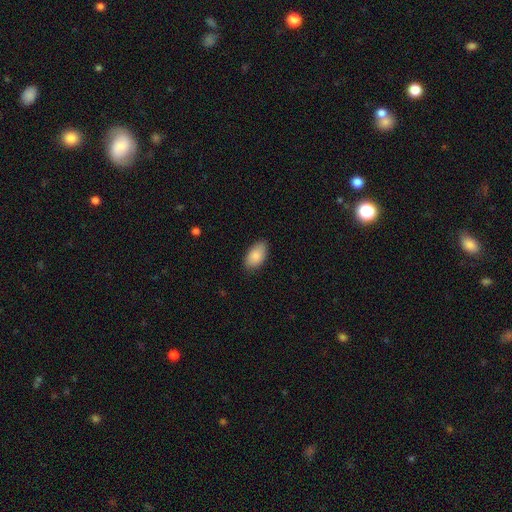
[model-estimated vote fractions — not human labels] Q: Smooth or featured?
A: smooth (87%); runner-up: featured or disk (7%)
Q: How rounded?
A: in between (94%); runner-up: round (4%)
Q: Merging?
A: none (83%); runner-up: minor disturbance (13%)